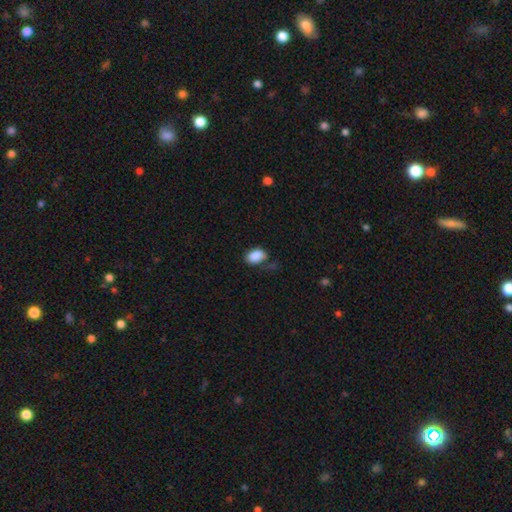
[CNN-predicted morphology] This is clearly a smooth galaxy (88%). How rounded: clearly in between (90%). Merging: possibly none (57%).